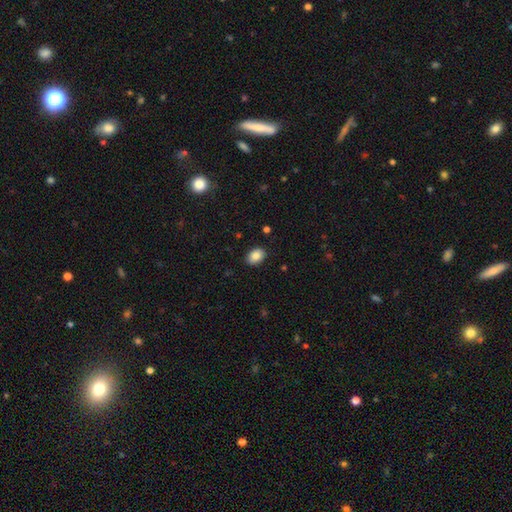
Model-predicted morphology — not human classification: Q: Smooth or featured?
A: smooth (86%); runner-up: star or artifact (8%)
Q: How rounded?
A: in between (77%); runner-up: round (22%)
Q: Merging?
A: none (89%); runner-up: minor disturbance (8%)